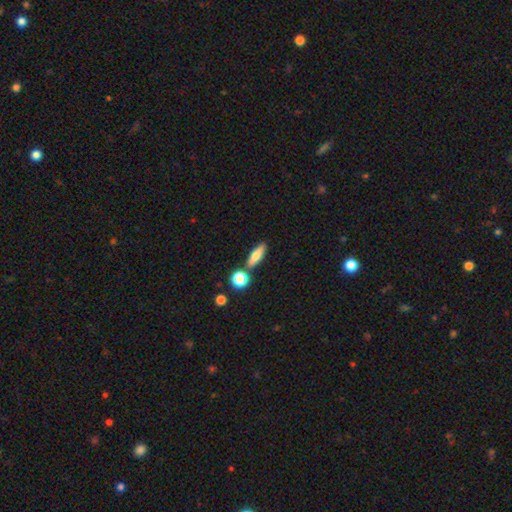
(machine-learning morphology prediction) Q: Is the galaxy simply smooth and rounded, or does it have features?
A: smooth — 69%.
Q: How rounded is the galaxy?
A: cigar-shaped — 51%.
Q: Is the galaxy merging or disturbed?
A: none — 75%.